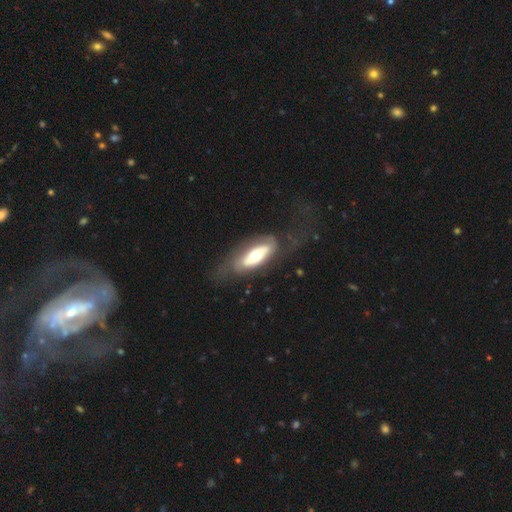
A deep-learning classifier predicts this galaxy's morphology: Smooth or featured? featured or disk (55%)
Edge-on disk? no (78%)
Merging? none (57%)